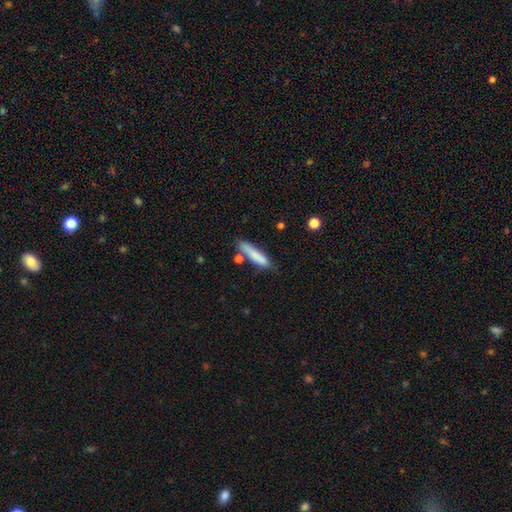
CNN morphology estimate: type=smooth (80%); roundness=cigar-shaped (84%); merging=none (69%).